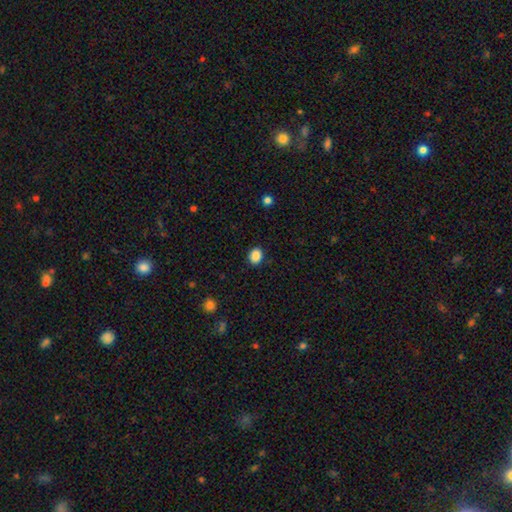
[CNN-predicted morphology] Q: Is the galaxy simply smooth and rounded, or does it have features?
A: smooth — 88%.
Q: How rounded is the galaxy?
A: in between — 54%.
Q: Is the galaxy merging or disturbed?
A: none — 88%.